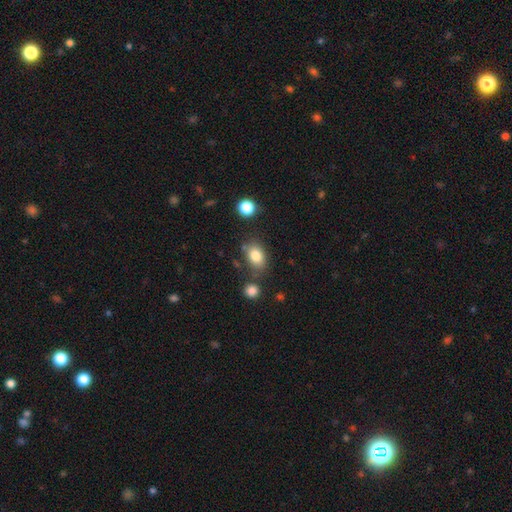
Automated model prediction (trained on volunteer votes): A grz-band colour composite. It shows a smooth galaxy with no disk features (82%) that is in between round and cigar-shaped (75%). Merging: none (72%).